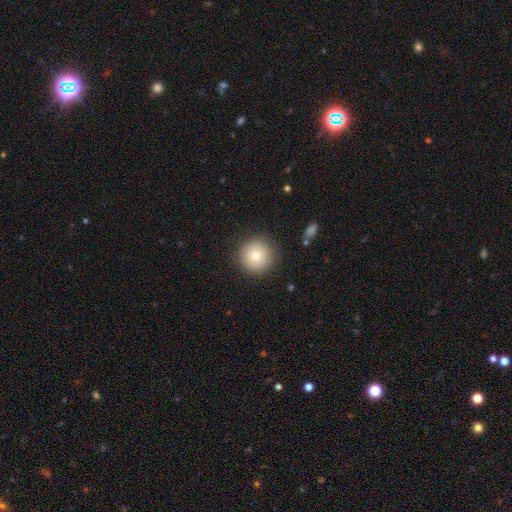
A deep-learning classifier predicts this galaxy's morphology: Q: Smooth or featured?
A: smooth (81%); runner-up: featured or disk (10%)
Q: How rounded?
A: round (95%); runner-up: in between (4%)
Q: Merging?
A: none (88%); runner-up: minor disturbance (8%)